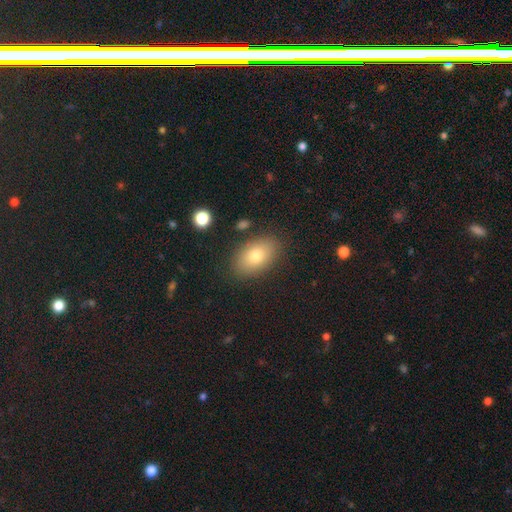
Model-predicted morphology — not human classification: Smooth or featured?
  - smooth: 76% *
  - featured or disk: 14%
  - star or artifact: 10%
How rounded?
  - in between: 89% *
  - round: 9%
  - cigar-shaped: 2%
Merging?
  - none: 86% *
  - minor disturbance: 9%
  - major disturbance: 3%
  - merger: 2%